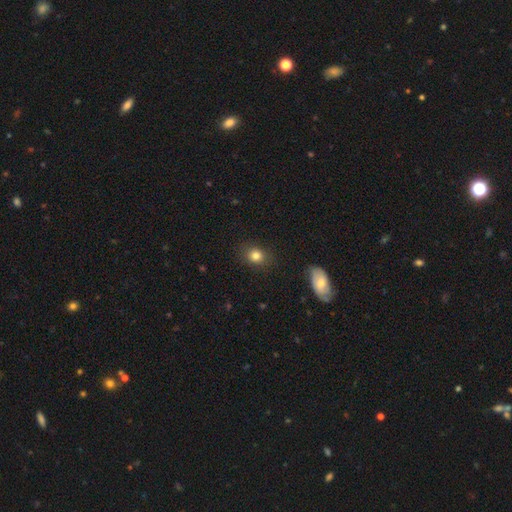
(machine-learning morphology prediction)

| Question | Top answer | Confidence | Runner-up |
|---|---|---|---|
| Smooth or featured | smooth | 83% | star or artifact (10%) |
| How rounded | round | 56% | in between (43%) |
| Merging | none | 84% | minor disturbance (11%) |